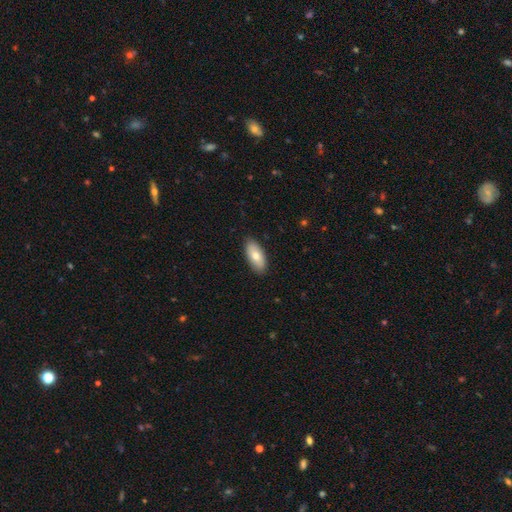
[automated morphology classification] Overall: smooth (74%). How rounded: in between (90%). Merging: none (88%).